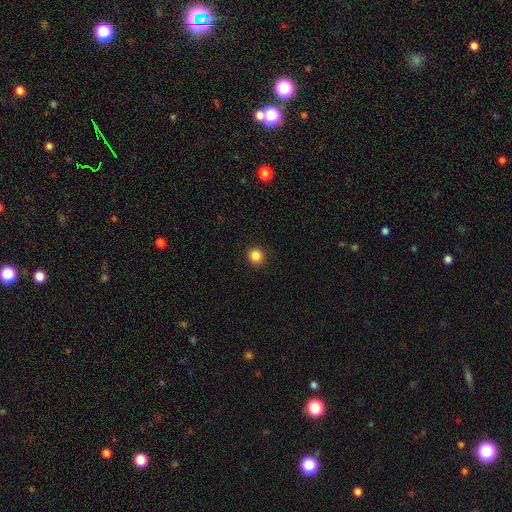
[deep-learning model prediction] Smooth or featured: smooth — 86% (star or artifact — 11%)
How rounded: round — 92% (in between — 7%)
Merging: none — 92% (minor disturbance — 5%)